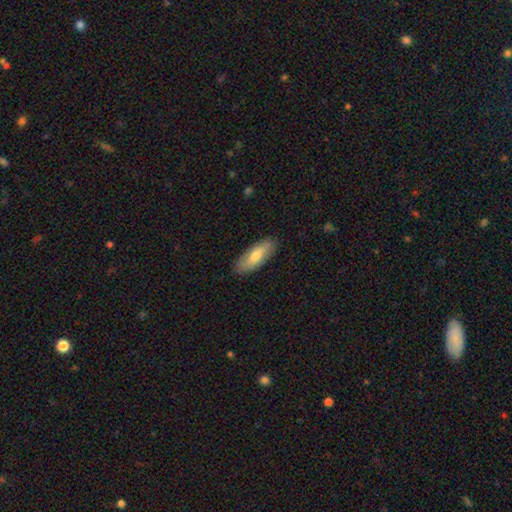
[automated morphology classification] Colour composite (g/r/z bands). It shows a smooth galaxy with no disk features (63%) that is in between round and cigar-shaped (73%). Merging: none (87%).